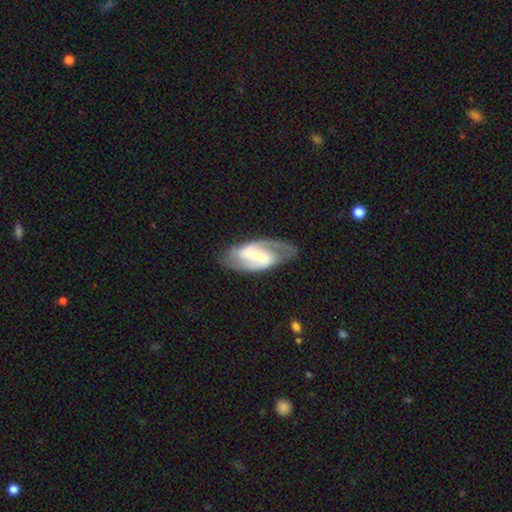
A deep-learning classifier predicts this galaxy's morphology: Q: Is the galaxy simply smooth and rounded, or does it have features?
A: featured or disk — 82%.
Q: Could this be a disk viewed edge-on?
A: no — 95%.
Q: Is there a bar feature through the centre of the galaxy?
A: strong — 60%.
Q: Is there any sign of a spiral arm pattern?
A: yes — 92%.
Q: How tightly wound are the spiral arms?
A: medium — 50%.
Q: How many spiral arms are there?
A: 2 — 87%.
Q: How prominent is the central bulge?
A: small — 45%.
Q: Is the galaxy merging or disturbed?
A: none — 76%.